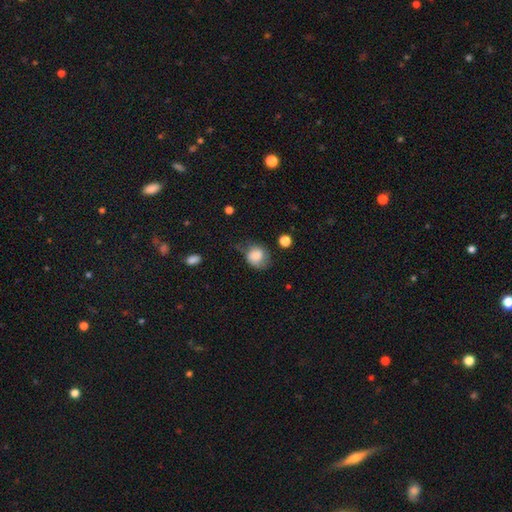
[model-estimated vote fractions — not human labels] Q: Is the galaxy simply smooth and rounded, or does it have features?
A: smooth — 76%.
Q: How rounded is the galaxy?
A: round — 65%.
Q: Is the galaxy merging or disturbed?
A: none — 49%.